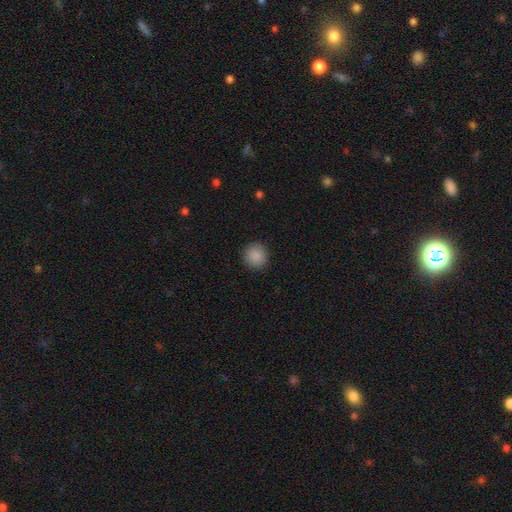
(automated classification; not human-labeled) Smooth or featured?
  - smooth: 88% *
  - star or artifact: 9%
  - featured or disk: 3%
How rounded?
  - round: 92% *
  - in between: 7%
  - cigar-shaped: 1%
Merging?
  - none: 91% *
  - minor disturbance: 6%
  - major disturbance: 2%
  - merger: 1%